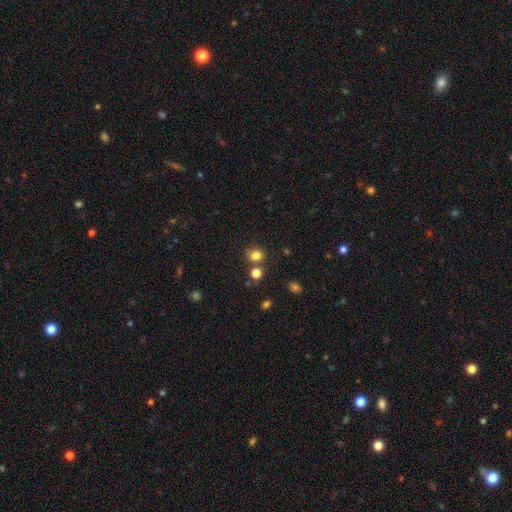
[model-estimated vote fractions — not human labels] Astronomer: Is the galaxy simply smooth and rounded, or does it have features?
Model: smooth — 80%.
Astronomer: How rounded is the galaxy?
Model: round — 77%.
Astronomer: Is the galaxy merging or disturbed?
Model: none — 73%.